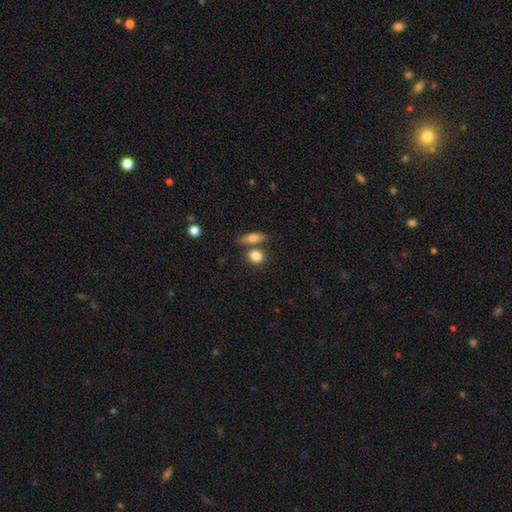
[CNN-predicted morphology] smooth 83%, featured or disk 9%, star or artifact 8%. Down the decision tree: how rounded — round (64%); merging — none (62%).